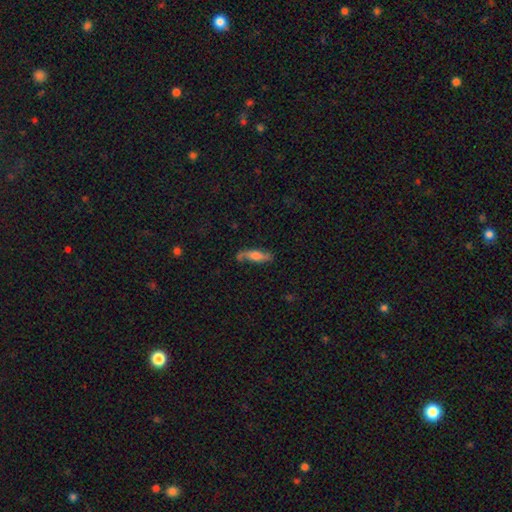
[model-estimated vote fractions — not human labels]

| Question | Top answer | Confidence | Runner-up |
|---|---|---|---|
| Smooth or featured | smooth | 50% | featured or disk (43%) |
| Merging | none | 66% | minor disturbance (22%) |